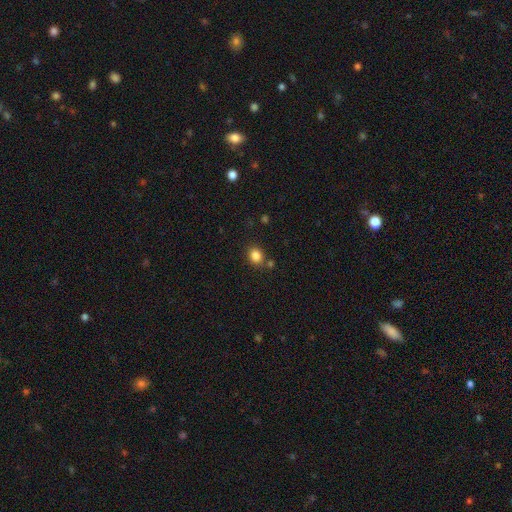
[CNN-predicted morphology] This is clearly a smooth galaxy (85%). How rounded: likely round (67%). Merging: likely none (77%).